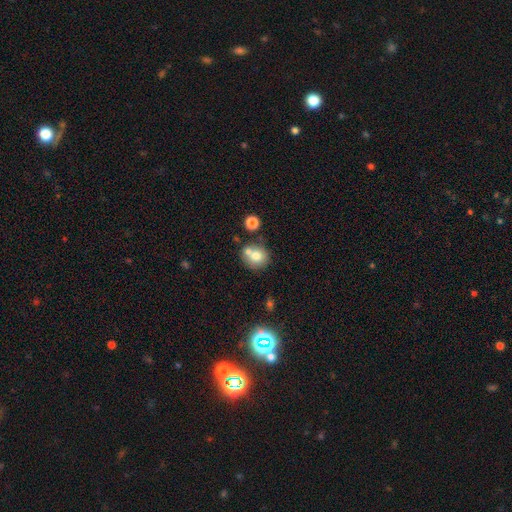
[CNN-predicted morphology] Smooth or featured? smooth (74%)
How rounded? round (83%)
Merging? none (54%)